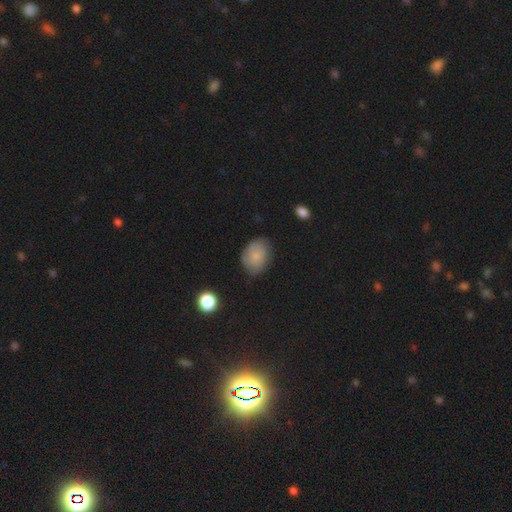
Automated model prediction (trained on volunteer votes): The model was most divided on "how rounded": in between: 66%, round: 33%, cigar-shaped: 1%. More confident: merging — none (71%); smooth or featured — smooth (69%).